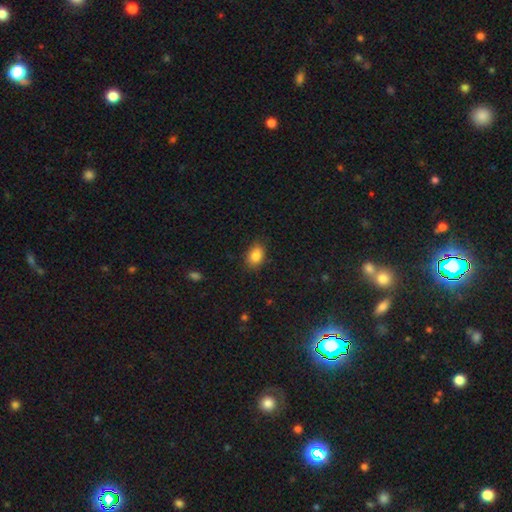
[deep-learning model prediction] smooth-or-featured: smooth: 85% | star or artifact: 9% | featured or disk: 6%
  how-rounded: in between: 78% | round: 20% | cigar-shaped: 1%
  merging: none: 81% | minor disturbance: 15% | major disturbance: 3% | merger: 1%